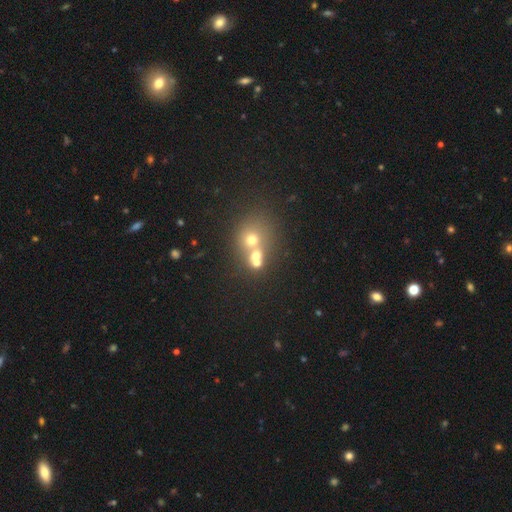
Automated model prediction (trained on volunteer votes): The model was most divided on "merging": merger: 53%, none: 38%, minor disturbance: 6%, major disturbance: 3%. More confident: how rounded — round (72%); smooth or featured — smooth (54%).